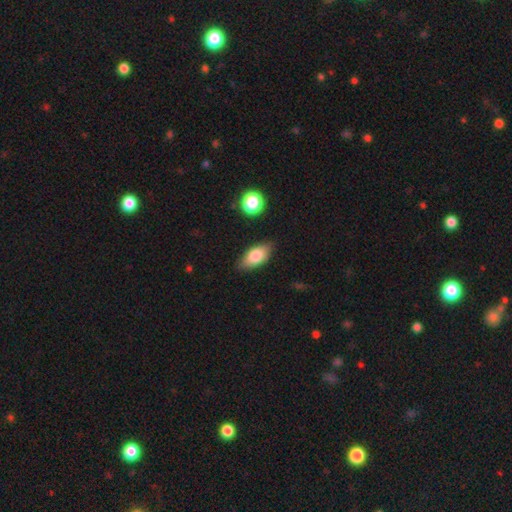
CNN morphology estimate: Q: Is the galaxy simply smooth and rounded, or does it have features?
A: smooth — 79%.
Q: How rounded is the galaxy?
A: in between — 87%.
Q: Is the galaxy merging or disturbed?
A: none — 80%.